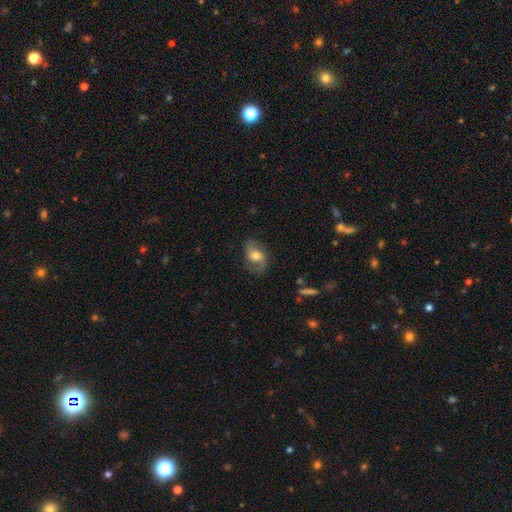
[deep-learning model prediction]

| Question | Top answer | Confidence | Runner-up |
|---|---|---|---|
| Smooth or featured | featured or disk | 63% | smooth (30%) |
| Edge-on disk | no | 96% | yes (4%) |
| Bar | no | 54% | weak (35%) |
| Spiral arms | yes | 88% | no (12%) |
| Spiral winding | loose | 46% | medium (40%) |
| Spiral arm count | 2 | 86% | can't tell (6%) |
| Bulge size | moderate | 68% | small (17%) |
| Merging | none | 74% | minor disturbance (17%) |